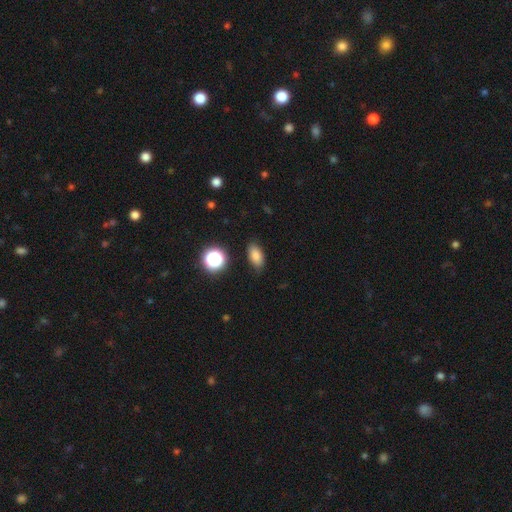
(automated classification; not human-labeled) Smooth or featured? Predicted: smooth (p=0.81). How rounded? Predicted: in between (p=0.87). Merging? Predicted: none (p=0.84).